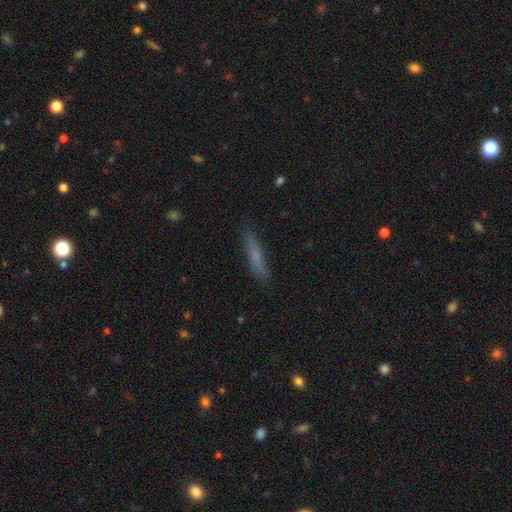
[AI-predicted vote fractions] smooth 66%, featured or disk 25%, star or artifact 8%. Down the decision tree: how rounded — cigar-shaped (89%); merging — none (86%).